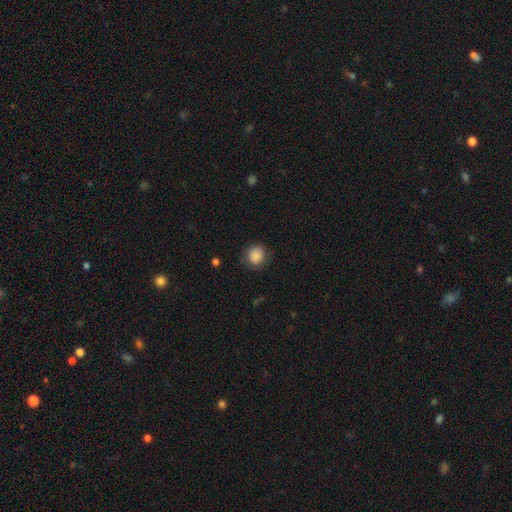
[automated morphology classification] Q: Smooth or featured?
A: smooth (86%); runner-up: star or artifact (9%)
Q: How rounded?
A: round (84%); runner-up: in between (15%)
Q: Merging?
A: none (79%); runner-up: minor disturbance (15%)